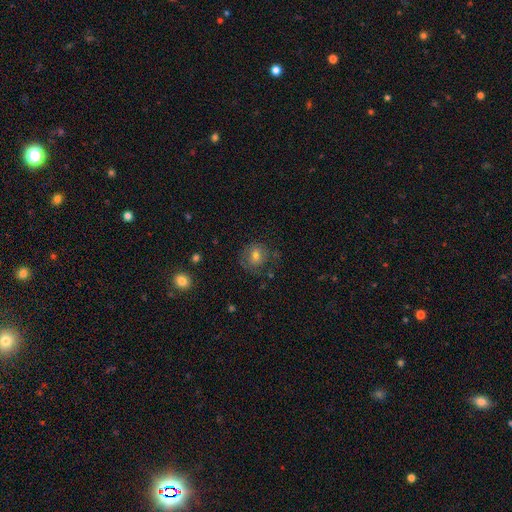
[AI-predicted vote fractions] This appears to be a smooth galaxy with no disk features (66%) that is round (79%). Merging: none (68%).